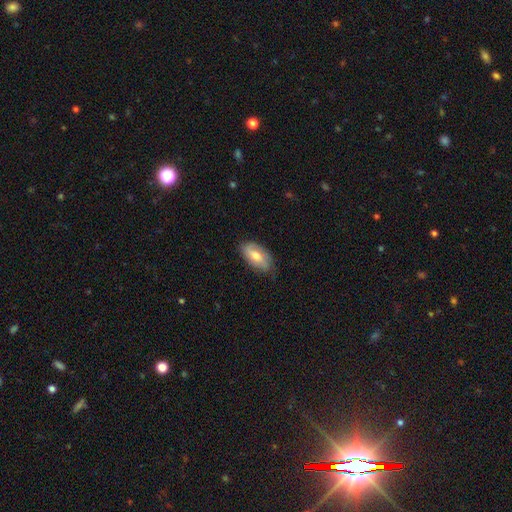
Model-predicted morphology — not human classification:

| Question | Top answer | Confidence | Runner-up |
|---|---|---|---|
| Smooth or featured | smooth | 58% | featured or disk (36%) |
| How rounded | in between | 91% | cigar-shaped (6%) |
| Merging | none | 72% | minor disturbance (23%) |